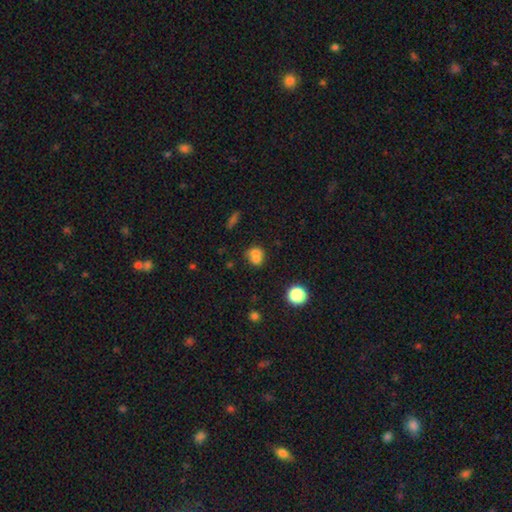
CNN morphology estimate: The model was most divided on "merging": merger: 52%, none: 35%, minor disturbance: 9%, major disturbance: 5%. More confident: how rounded — round (72%); smooth or featured — smooth (71%).